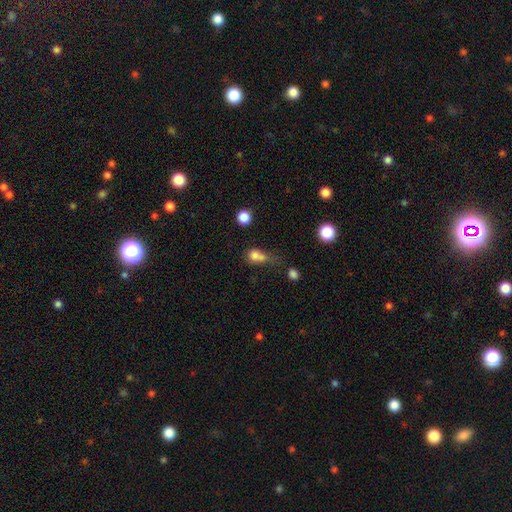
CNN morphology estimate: Overall: smooth (75%). How rounded: round (64%; in between 33%). Merging: merger (44%; none 27%).